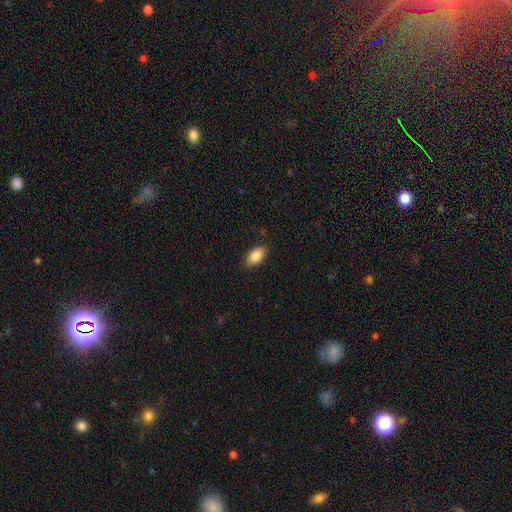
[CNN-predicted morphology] This appears to be a smooth galaxy with no disk features (86%) that is in between round and cigar-shaped (92%). Merging: none (87%).